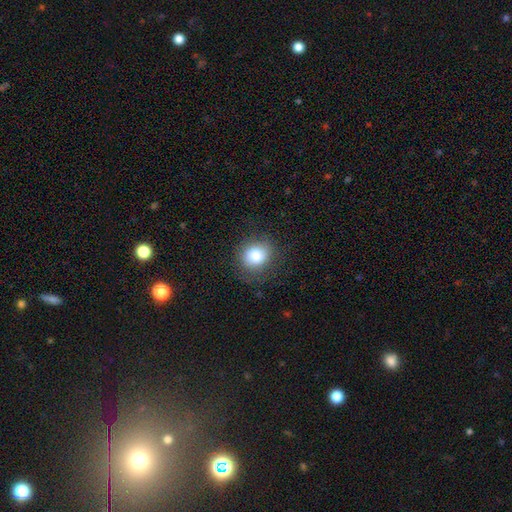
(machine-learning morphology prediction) A smooth galaxy with no disk features (81%) that is round (74%). Merging: none (80%).